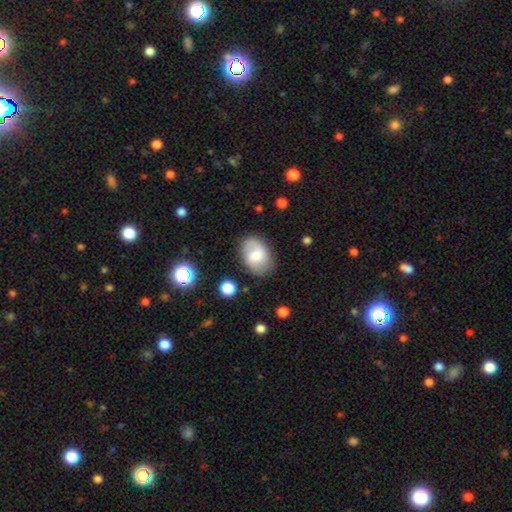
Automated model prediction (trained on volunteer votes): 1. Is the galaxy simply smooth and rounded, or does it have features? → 57% smooth, 34% featured or disk, 8% star or artifact.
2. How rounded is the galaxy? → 80% in between, 19% round, 1% cigar-shaped.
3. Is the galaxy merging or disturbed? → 76% none, 17% minor disturbance, 5% major disturbance, 2% merger.